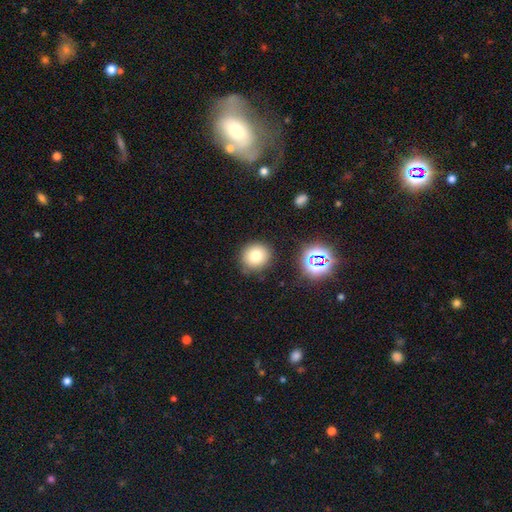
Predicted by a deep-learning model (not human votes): smooth 75%, star or artifact 15%, featured or disk 10%. Down the decision tree: how rounded — round (86%); merging — none (84%).